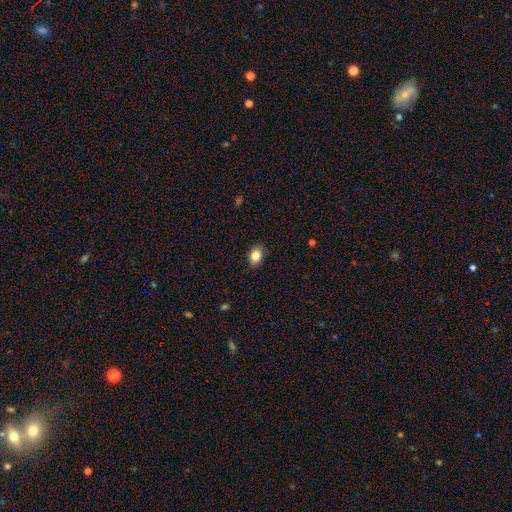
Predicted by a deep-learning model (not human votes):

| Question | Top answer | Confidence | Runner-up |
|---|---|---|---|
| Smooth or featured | smooth | 84% | star or artifact (9%) |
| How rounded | in between | 75% | round (23%) |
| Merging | none | 87% | minor disturbance (10%) |